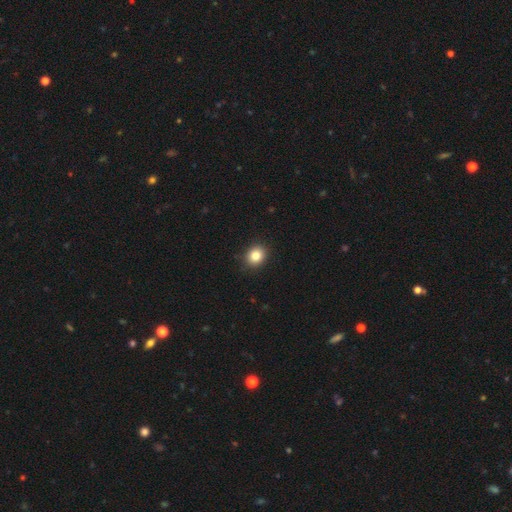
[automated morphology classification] type=smooth (84%); roundness=round (64%); merging=none (89%).